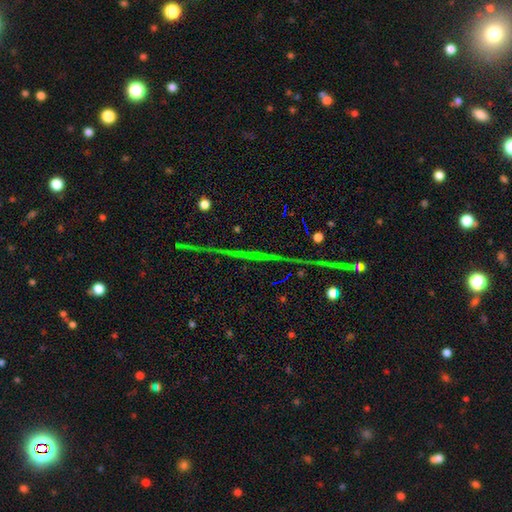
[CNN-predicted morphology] Smooth or featured? Predicted: star or artifact (p=0.66).